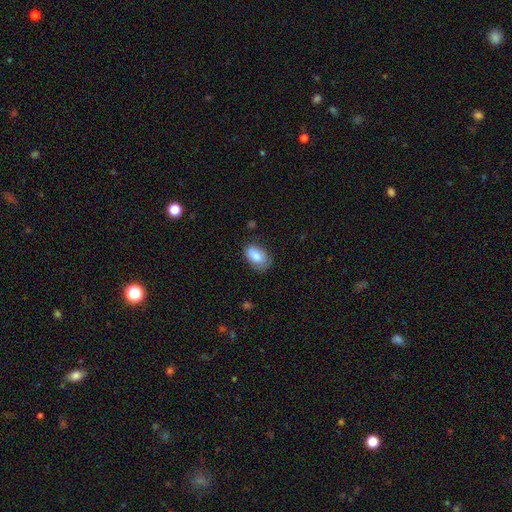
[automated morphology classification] Q: Smooth or featured?
A: smooth (82%); runner-up: featured or disk (11%)
Q: How rounded?
A: in between (91%); runner-up: round (7%)
Q: Merging?
A: none (64%); runner-up: minor disturbance (27%)